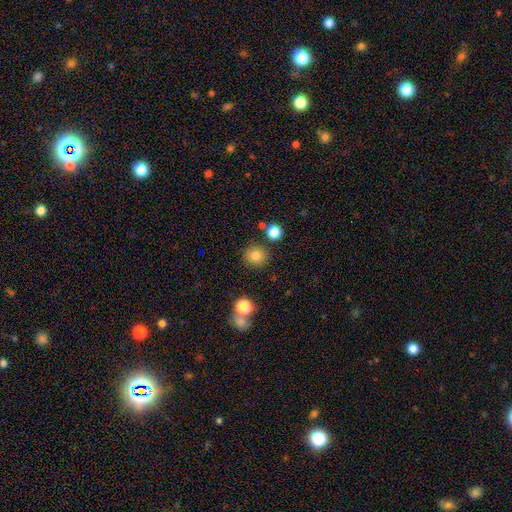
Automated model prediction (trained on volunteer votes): Morphology: type=smooth (81%); roundness=round (90%); merging=none (83%).